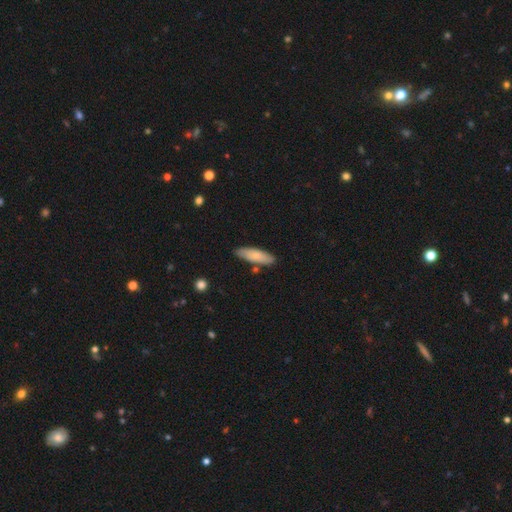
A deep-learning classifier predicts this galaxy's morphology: Overall: smooth (79%). How rounded: cigar-shaped (51%; in between 47%). Merging: none (82%).